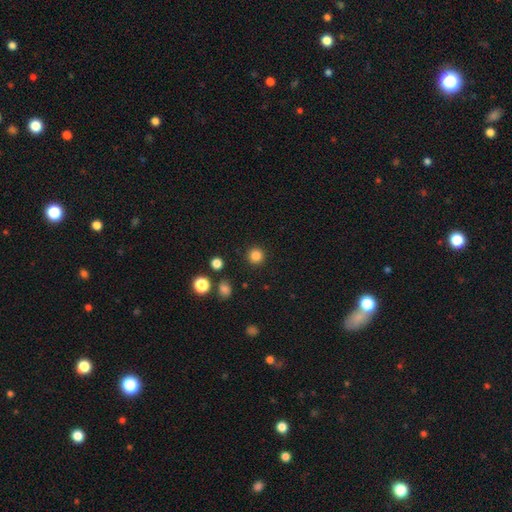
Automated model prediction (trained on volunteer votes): Overall: smooth (84%). How rounded: round (95%). Merging: none (91%).